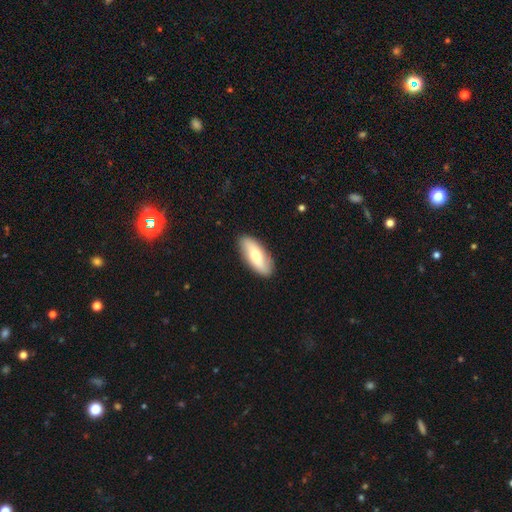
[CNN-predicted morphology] This is likely a smooth galaxy (61%). How rounded: clearly in between (82%). Merging: clearly none (88%).